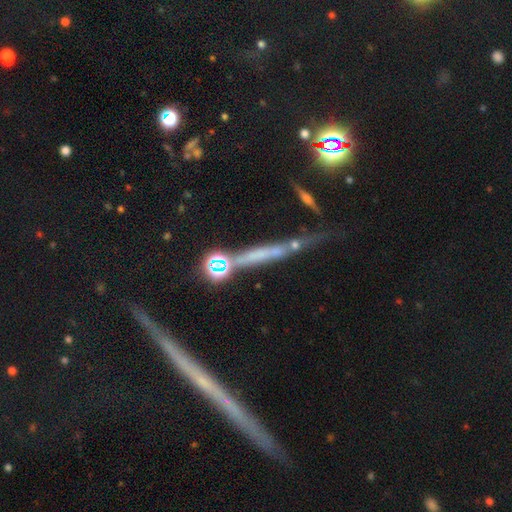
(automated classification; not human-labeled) Q: Smooth or featured?
A: featured or disk (48%); runner-up: smooth (32%)
Q: Merging?
A: none (65%); runner-up: minor disturbance (16%)